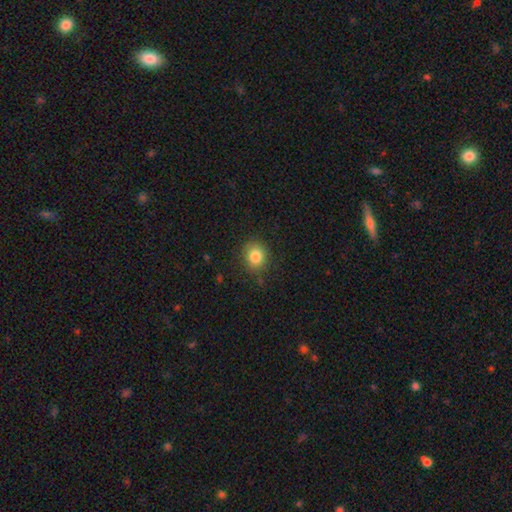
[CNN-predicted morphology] type=smooth (83%); roundness=round (78%); merging=none (85%).